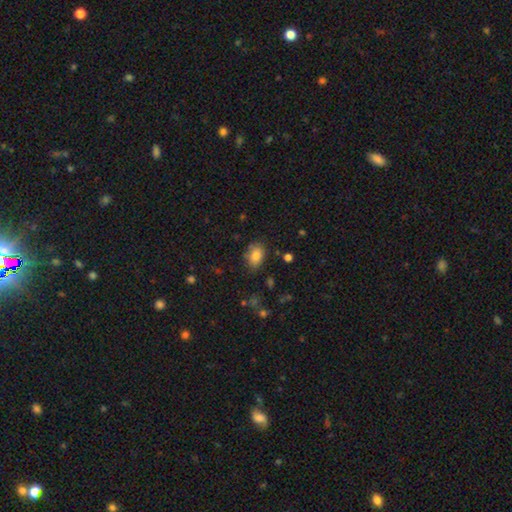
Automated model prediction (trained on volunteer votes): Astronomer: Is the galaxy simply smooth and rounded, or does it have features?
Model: smooth — 82%.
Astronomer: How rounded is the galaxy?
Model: in between — 79%.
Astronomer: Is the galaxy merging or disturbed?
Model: none — 75%.